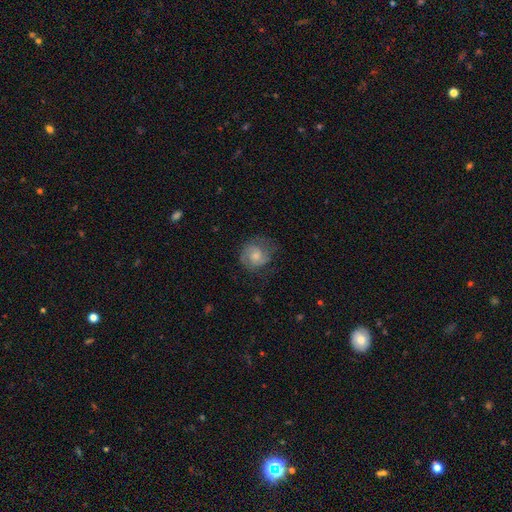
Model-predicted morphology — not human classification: The model was most divided on "smooth or featured": smooth: 48%, featured or disk: 45%, star or artifact: 7%. More confident: merging — none (61%).